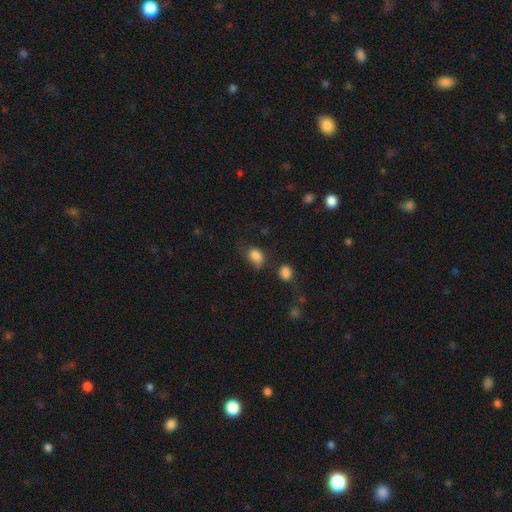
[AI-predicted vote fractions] Overall: smooth (84%). How rounded: in between (66%; round 33%). Merging: none (48%; minor disturbance 30%).